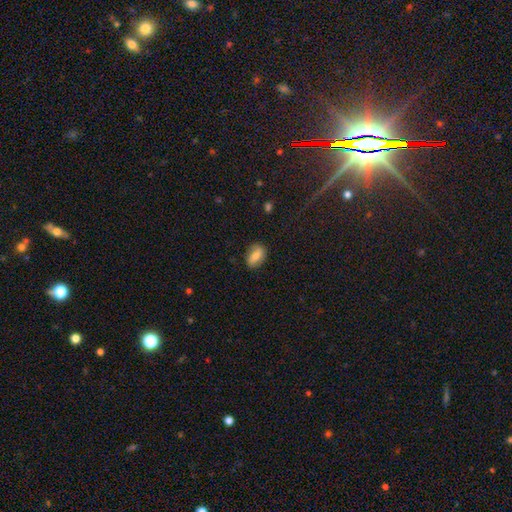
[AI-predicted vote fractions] Smooth or featured? Predicted: smooth (p=0.64). How rounded? Predicted: in between (p=0.83). Merging? Predicted: none (p=0.81).